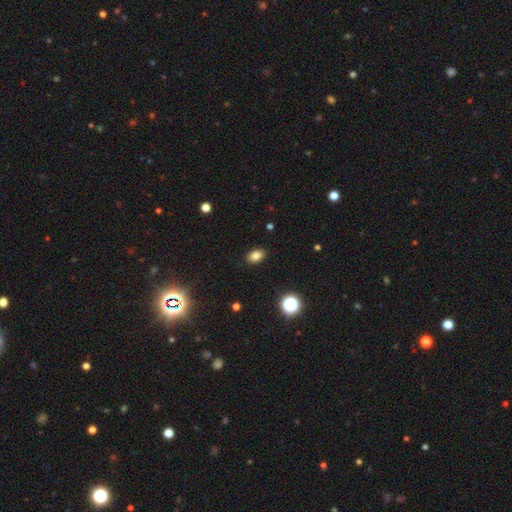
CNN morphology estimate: smooth_or_featured: smooth (p=0.82) [alt: star or artifact p=0.12]
how_rounded: in between (p=0.82) [alt: round p=0.17]
merging: none (p=0.89) [alt: minor disturbance p=0.08]